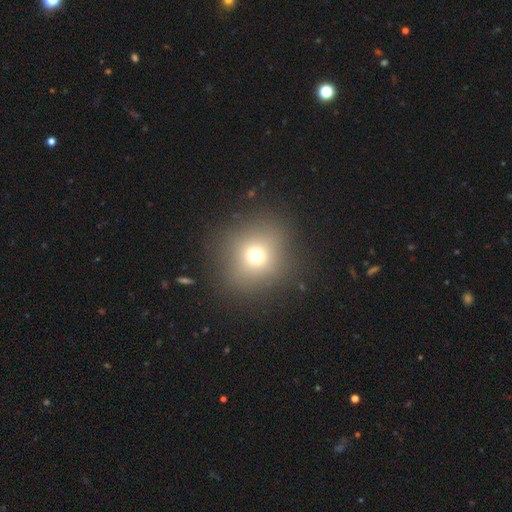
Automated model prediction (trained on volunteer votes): Smooth or featured? smooth (69%)
How rounded? round (86%)
Merging? none (86%)